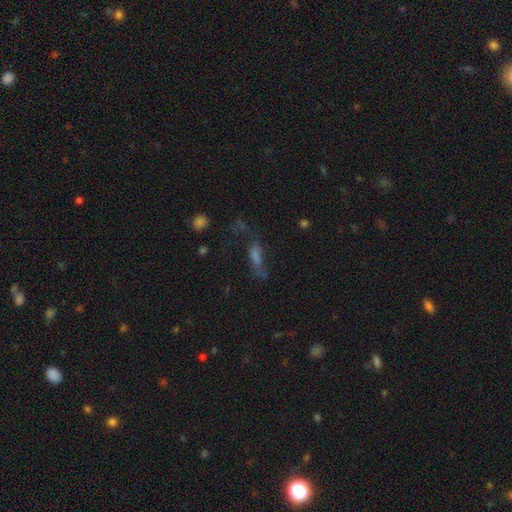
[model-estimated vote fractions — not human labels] Q: Smooth or featured?
A: smooth (41%); runner-up: featured or disk (32%)
Q: Merging?
A: none (47%); runner-up: major disturbance (26%)